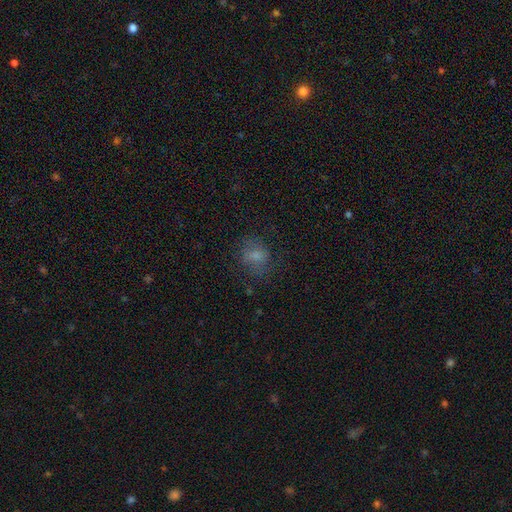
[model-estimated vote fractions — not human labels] smooth-or-featured: smooth: 61% | featured or disk: 22% | star or artifact: 18%
  how-rounded: round: 56% | in between: 43% | cigar-shaped: 2%
  merging: none: 70% | minor disturbance: 17% | major disturbance: 12% | merger: 1%